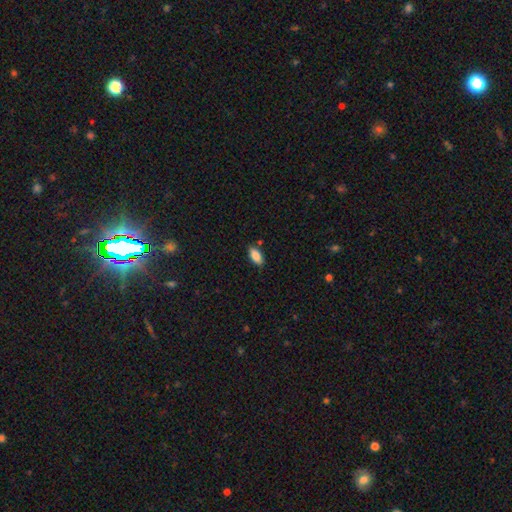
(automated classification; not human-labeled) A smooth galaxy with no disk features (86%) that is in between round and cigar-shaped (89%).

Vote fractions:
- Smooth or featured? smooth: 86% / star or artifact: 7% / featured or disk: 7%
- How rounded? in between: 89% / cigar-shaped: 8% / round: 2%
- Merging? none: 85% / minor disturbance: 11% / major disturbance: 2% / merger: 2%